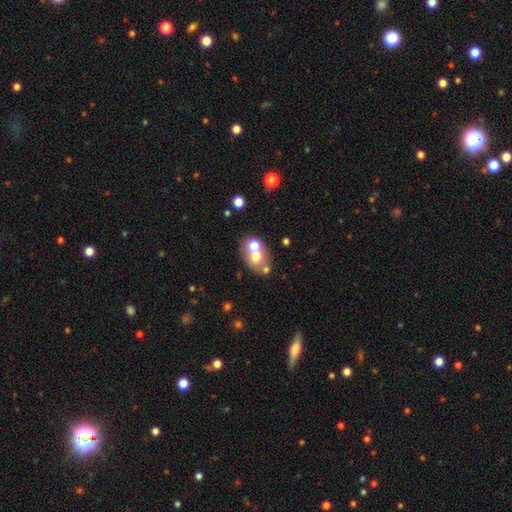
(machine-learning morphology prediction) Smooth or featured? Predicted: smooth (p=0.60). How rounded? Predicted: in between (p=0.51). Merging? Predicted: merger (p=0.44).